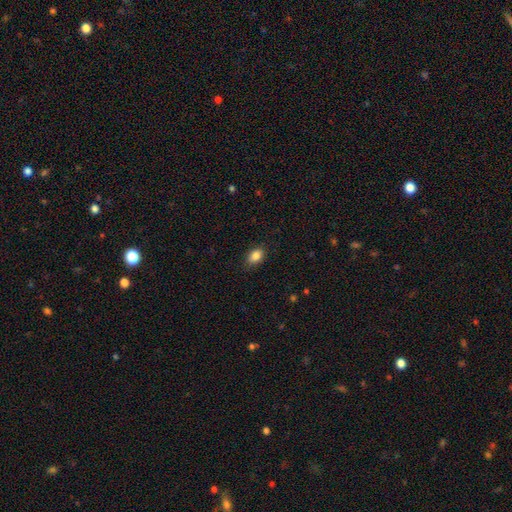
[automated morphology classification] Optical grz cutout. It shows a smooth galaxy with no disk features (86%) that is in between round and cigar-shaped (82%). Merging: none (85%).